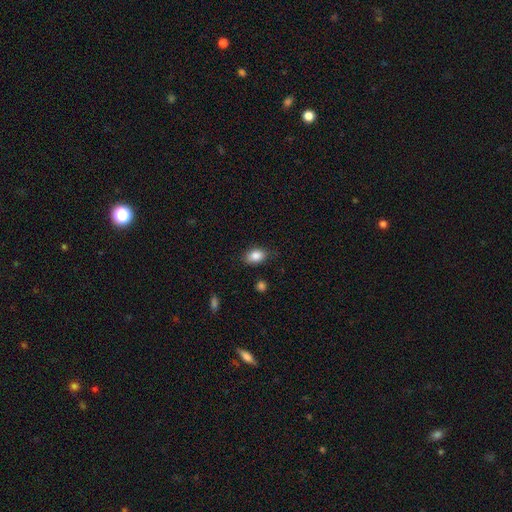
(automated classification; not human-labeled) smooth_or_featured: smooth (p=0.86) [alt: star or artifact p=0.08]
how_rounded: in between (p=0.83) [alt: round p=0.16]
merging: none (p=0.80) [alt: minor disturbance p=0.15]